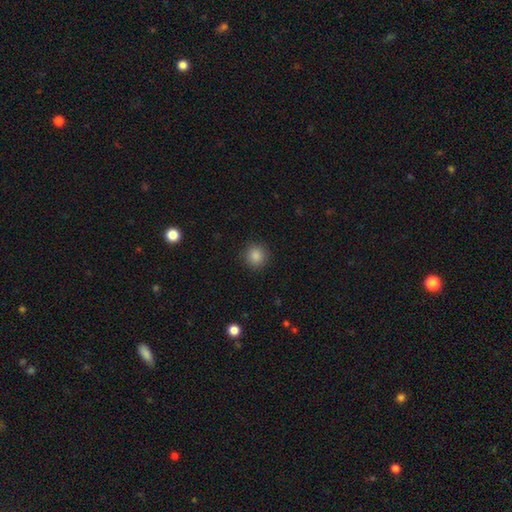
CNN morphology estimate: A smooth galaxy with no disk features (87%) that is round (92%).

Vote fractions:
- Smooth or featured? smooth: 87% / star or artifact: 10% / featured or disk: 3%
- How rounded? round: 92% / in between: 7% / cigar-shaped: 1%
- Merging? none: 91% / minor disturbance: 6% / major disturbance: 2% / merger: 1%